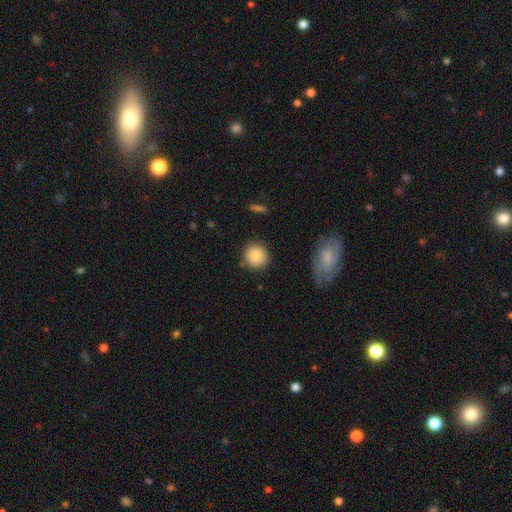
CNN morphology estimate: Smooth or featured?
  - smooth: 83% *
  - featured or disk: 9%
  - star or artifact: 8%
How rounded?
  - round: 93% *
  - in between: 6%
  - cigar-shaped: 1%
Merging?
  - none: 87% *
  - minor disturbance: 8%
  - major disturbance: 2%
  - merger: 2%